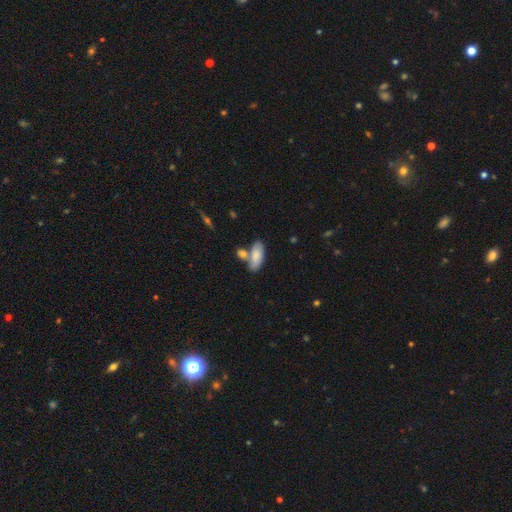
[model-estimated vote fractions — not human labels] This appears to be a smooth galaxy with no disk features (81%) that is in between round and cigar-shaped (83%). Merging: none (53%).